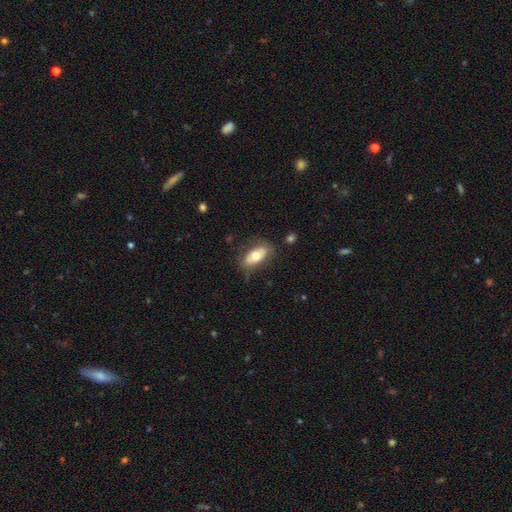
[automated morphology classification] This appears to be a smooth galaxy with no disk features (62%) that is in between round and cigar-shaped (88%). Merging: none (73%).